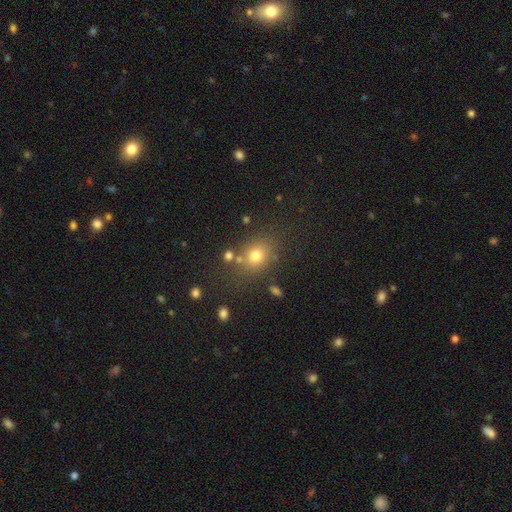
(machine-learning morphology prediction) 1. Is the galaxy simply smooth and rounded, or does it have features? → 72% smooth, 17% star or artifact, 10% featured or disk.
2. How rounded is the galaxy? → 55% round, 43% in between, 1% cigar-shaped.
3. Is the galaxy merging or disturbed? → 73% none, 13% minor disturbance, 9% merger, 5% major disturbance.